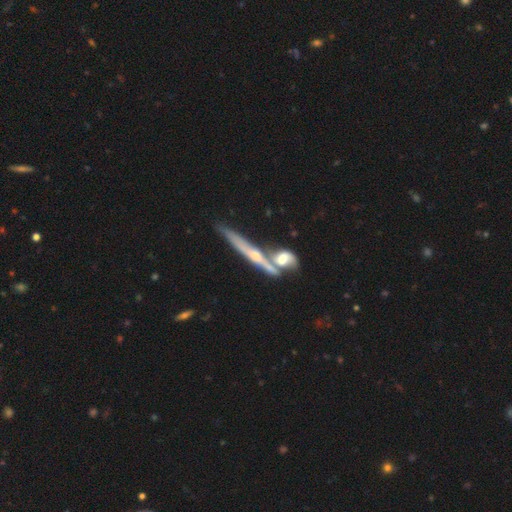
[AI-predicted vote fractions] featured or disk 72%, smooth 21%, star or artifact 7%. Down the decision tree: edge-on disk — yes (90%); edge-on bulge — rounded (73%); merging — none (50%).